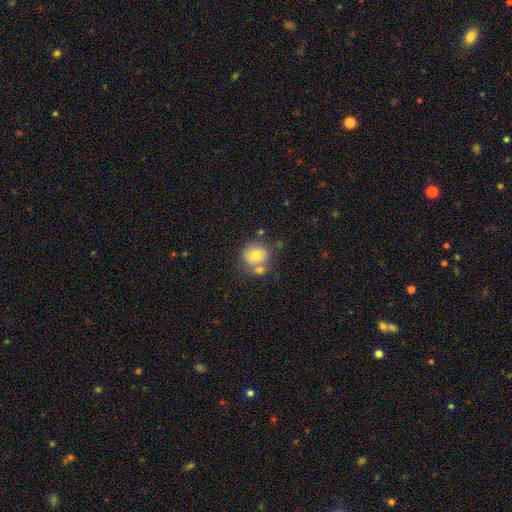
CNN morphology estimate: The model was most divided on "merging": none: 54%, merger: 28%, minor disturbance: 13%, major disturbance: 4%. More confident: how rounded — round (86%); smooth or featured — smooth (73%).